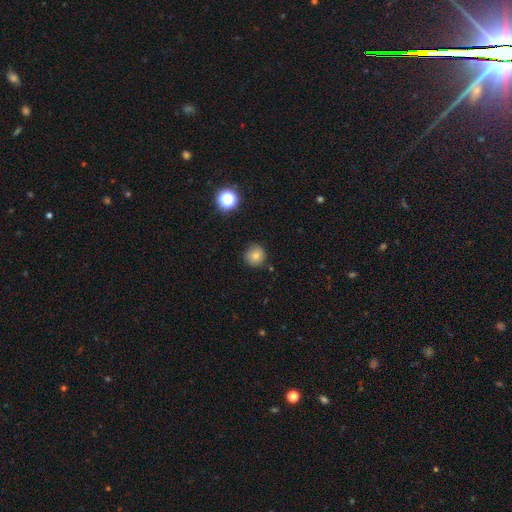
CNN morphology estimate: Smooth or featured? Predicted: smooth (p=0.78). How rounded? Predicted: round (p=0.93). Merging? Predicted: none (p=0.85).